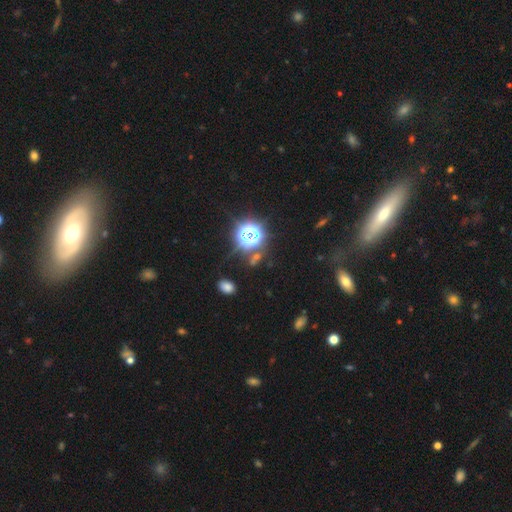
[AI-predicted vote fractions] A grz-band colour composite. It shows a star or artifact, not a galaxy (65%).